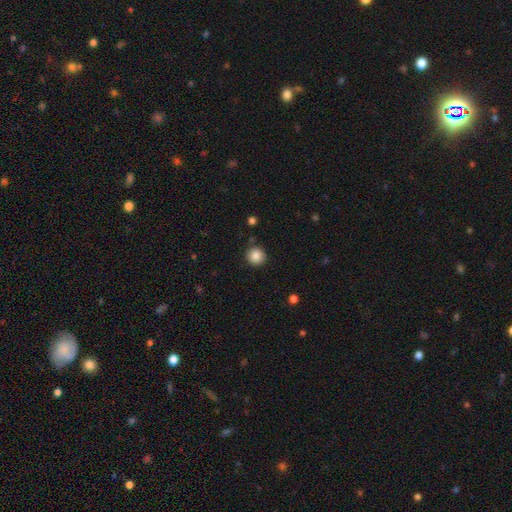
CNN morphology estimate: Smooth or featured? smooth (86%)
How rounded? round (95%)
Merging? none (89%)